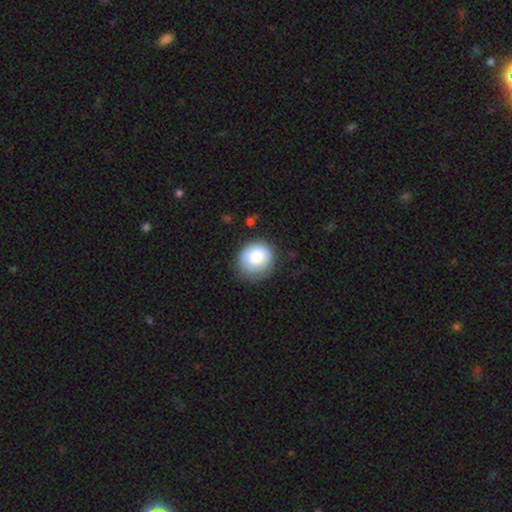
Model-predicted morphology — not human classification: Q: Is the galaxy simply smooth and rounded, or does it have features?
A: smooth — 81%.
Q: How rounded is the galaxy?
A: round — 80%.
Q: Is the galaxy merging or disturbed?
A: none — 76%.